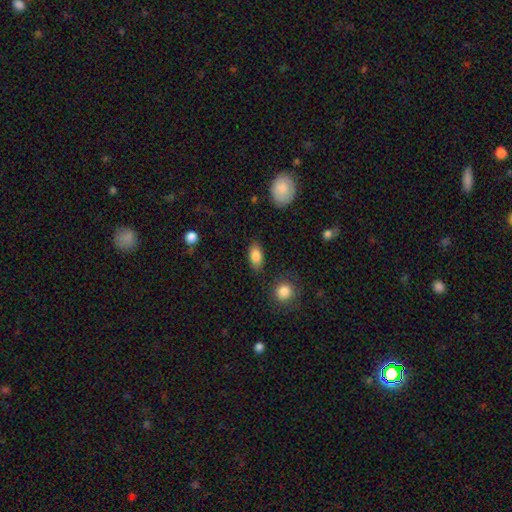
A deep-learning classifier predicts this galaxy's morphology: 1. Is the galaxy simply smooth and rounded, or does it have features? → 85% smooth, 7% star or artifact, 7% featured or disk.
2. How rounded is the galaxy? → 89% in between, 6% round, 5% cigar-shaped.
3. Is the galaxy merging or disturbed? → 83% none, 12% minor disturbance, 3% major disturbance, 2% merger.